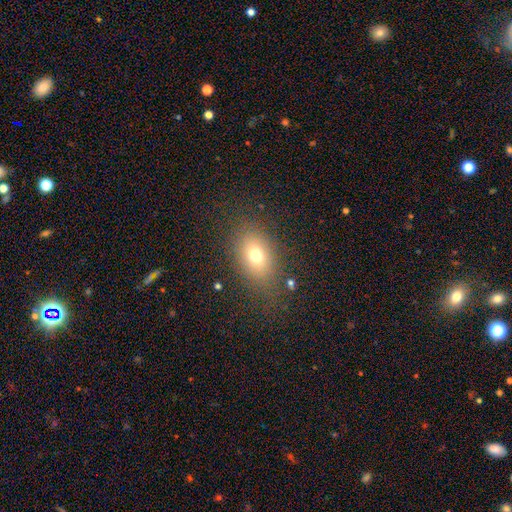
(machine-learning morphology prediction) A smooth galaxy with no disk features (72%) that is in between round and cigar-shaped (76%). Merging: none (77%).